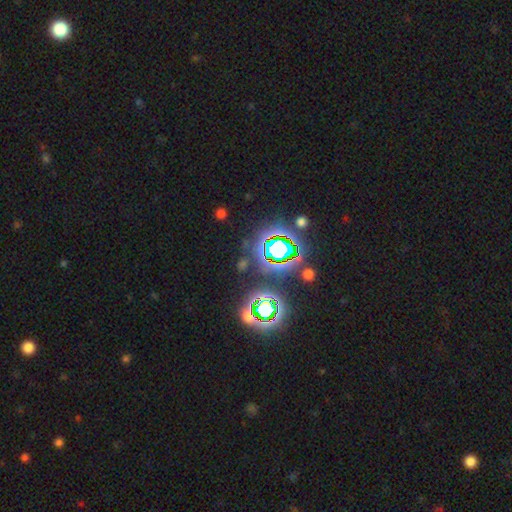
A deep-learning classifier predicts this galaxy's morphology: star or artifact 80%, smooth 13%, featured or disk 7%.